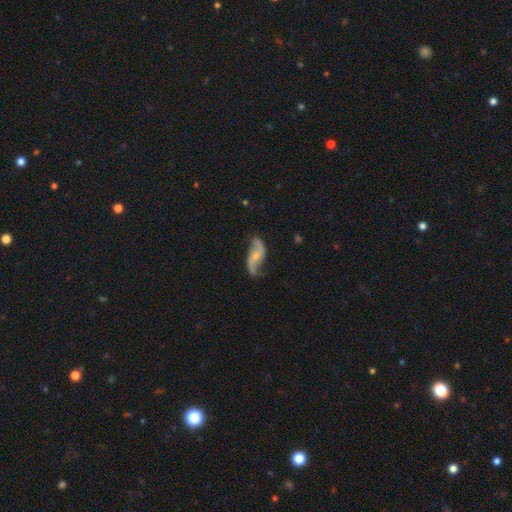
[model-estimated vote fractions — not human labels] smooth_or_featured: featured or disk (p=0.86) [alt: smooth p=0.09]
disk_edge_on: no (p=0.95) [alt: yes p=0.05]
bar: no (p=0.50) [alt: weak p=0.35]
has_spiral_arms: yes (p=0.95) [alt: no p=0.05]
spiral_winding: loose (p=0.80) [alt: medium p=0.15]
spiral_arm_count: 2 (p=0.93) [alt: can't tell p=0.02]
bulge_size: small (p=0.53) [alt: moderate p=0.40]
merging: none (p=0.73) [alt: minor disturbance p=0.18]